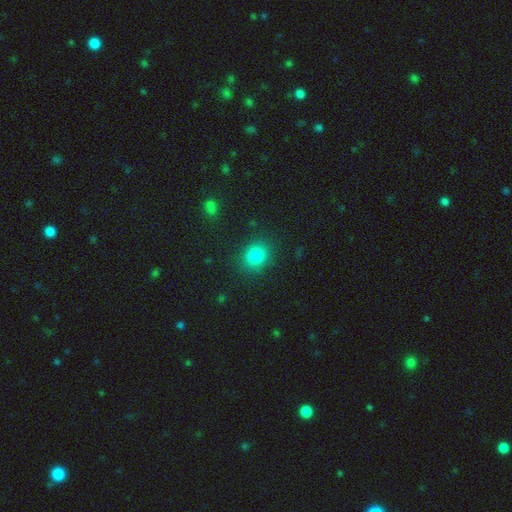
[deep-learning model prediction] smooth-or-featured: smooth: 83% | star or artifact: 12% | featured or disk: 5%
  how-rounded: round: 69% | in between: 30% | cigar-shaped: 1%
  merging: none: 86% | minor disturbance: 9% | major disturbance: 3% | merger: 2%